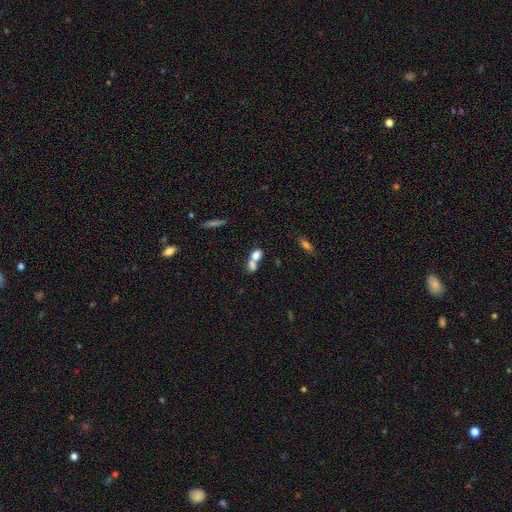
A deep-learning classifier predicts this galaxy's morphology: A smooth galaxy with no disk features (73%) that is in between round and cigar-shaped (68%). Merging: merger (65%).